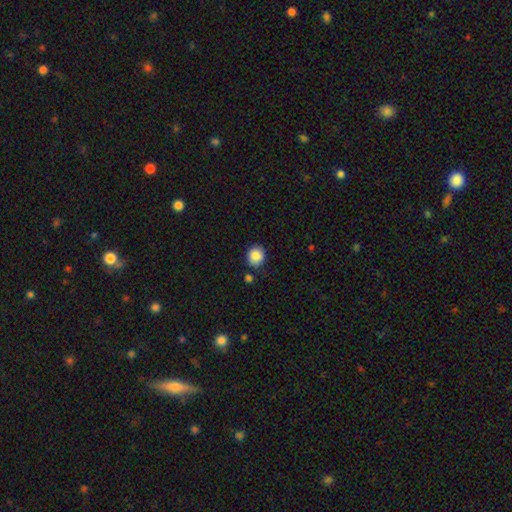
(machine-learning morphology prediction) Smooth or featured? Predicted: smooth (p=0.87). How rounded? Predicted: round (p=0.79). Merging? Predicted: none (p=0.80).